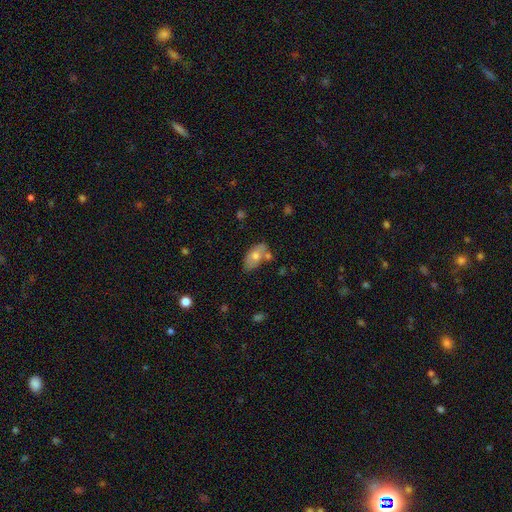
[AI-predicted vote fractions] Smooth or featured: smooth — 64% (featured or disk — 28%)
How rounded: in between — 91% (round — 6%)
Merging: none — 58% (minor disturbance — 21%)